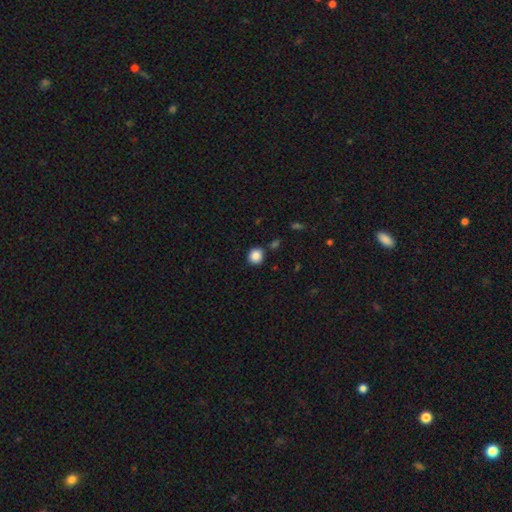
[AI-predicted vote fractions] This is clearly a smooth galaxy (87%). How rounded: clearly round (89%). Merging: clearly none (87%).